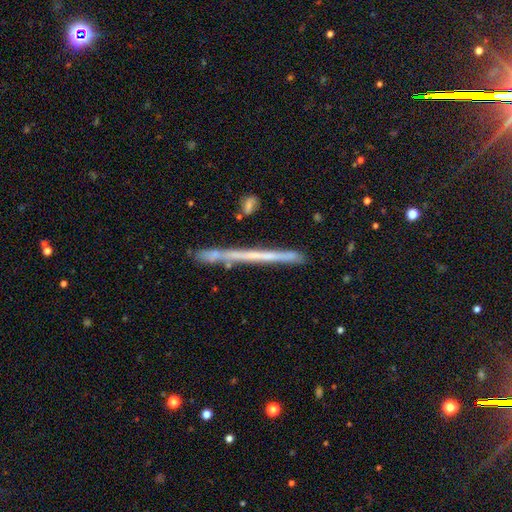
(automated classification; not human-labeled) Morphology: type=featured or disk (55%); edge-on=yes (96%); edge-on bulge=none (90%); merging=none (83%).